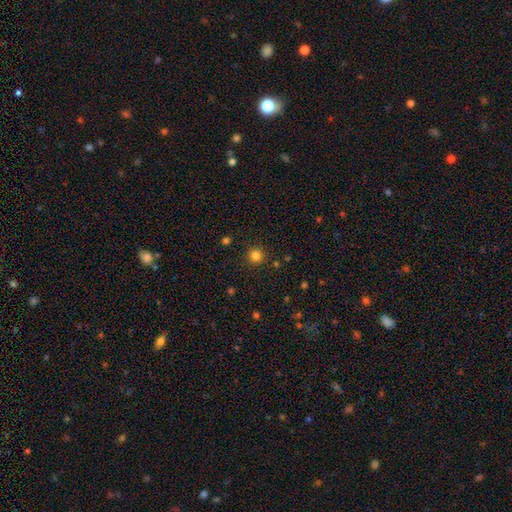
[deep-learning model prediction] Smooth or featured? Predicted: smooth (p=0.81). How rounded? Predicted: round (p=0.95). Merging? Predicted: none (p=0.91).